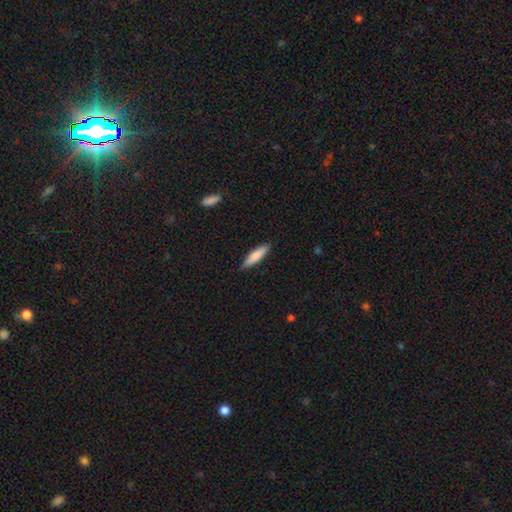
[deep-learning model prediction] The model was most divided on "how rounded": cigar-shaped: 74%, in between: 25%, round: 2%. More confident: merging — none (85%); smooth or featured — smooth (75%).